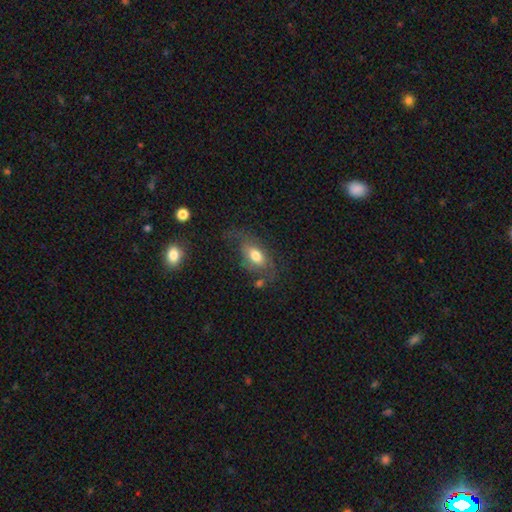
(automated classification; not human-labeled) Overall: smooth (58%; featured or disk 33%). How rounded: in between (86%). Merging: none (46%; minor disturbance 25%).